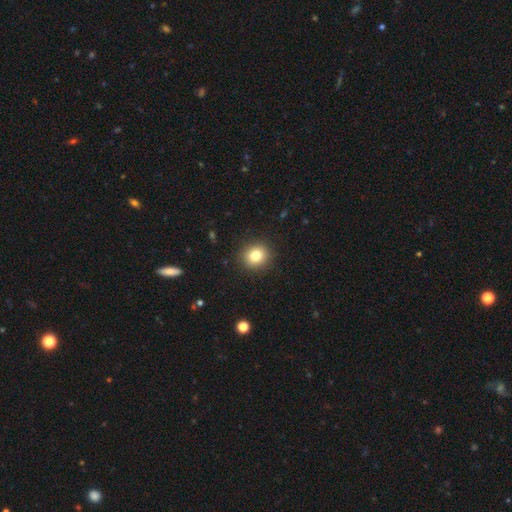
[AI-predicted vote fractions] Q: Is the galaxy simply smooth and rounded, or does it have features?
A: smooth — 81%.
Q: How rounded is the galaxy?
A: round — 84%.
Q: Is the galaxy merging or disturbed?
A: none — 91%.